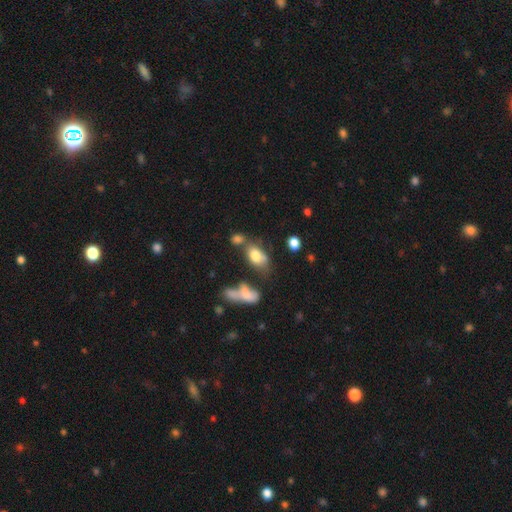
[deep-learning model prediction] Smooth or featured?
  - smooth: 74% *
  - featured or disk: 16%
  - star or artifact: 10%
How rounded?
  - in between: 86% *
  - round: 10%
  - cigar-shaped: 4%
Merging?
  - none: 38% *
  - merger: 30%
  - minor disturbance: 19%
  - major disturbance: 12%